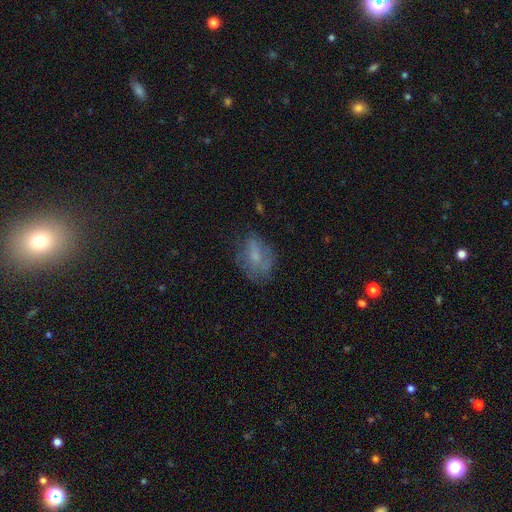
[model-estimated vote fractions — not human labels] Morphology: type=smooth (53%); roundness=in between (74%); merging=none (54%).